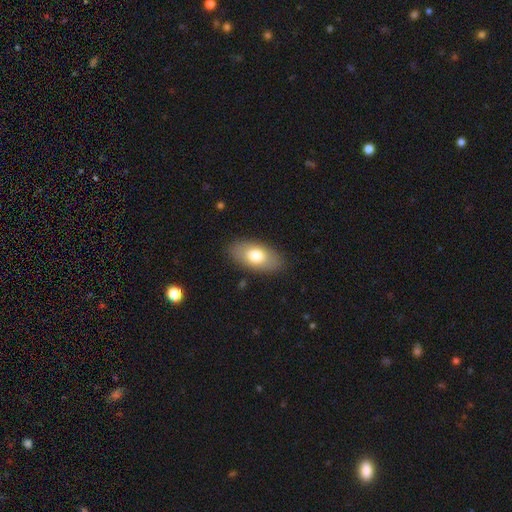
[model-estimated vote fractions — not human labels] Smooth or featured?
  - smooth: 74% *
  - featured or disk: 20%
  - star or artifact: 6%
How rounded?
  - in between: 92% *
  - round: 4%
  - cigar-shaped: 3%
Merging?
  - none: 85% *
  - minor disturbance: 11%
  - major disturbance: 3%
  - merger: 1%